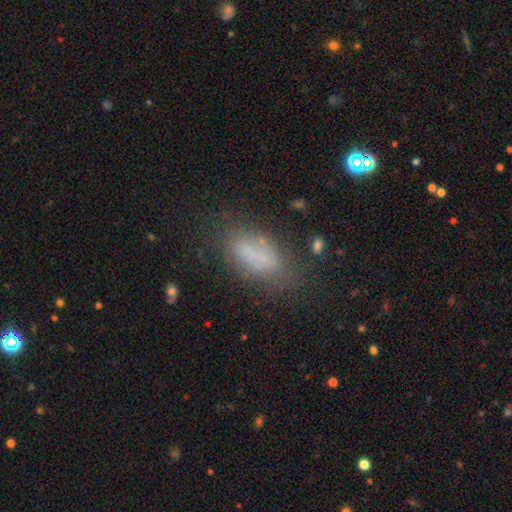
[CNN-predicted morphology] smooth-or-featured: smooth: 63% | featured or disk: 23% | star or artifact: 14%
  how-rounded: in between: 86% | cigar-shaped: 9% | round: 5%
  merging: none: 54% | minor disturbance: 24% | major disturbance: 15% | merger: 7%